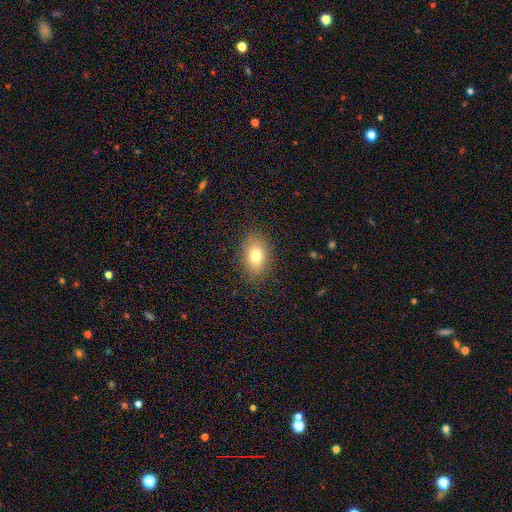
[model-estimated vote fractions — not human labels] A smooth galaxy with no disk features (76%) that is in between round and cigar-shaped (77%). Merging: none (85%).